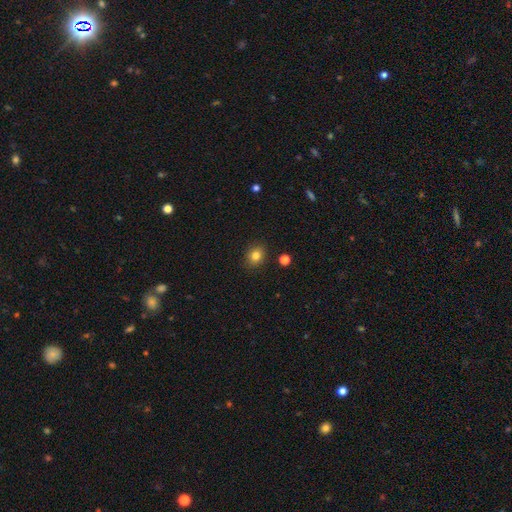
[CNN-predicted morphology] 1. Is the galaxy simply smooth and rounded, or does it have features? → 82% smooth, 12% star or artifact, 6% featured or disk.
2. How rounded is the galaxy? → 67% round, 32% in between, 1% cigar-shaped.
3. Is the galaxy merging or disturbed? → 88% none, 8% minor disturbance, 2% major disturbance, 2% merger.